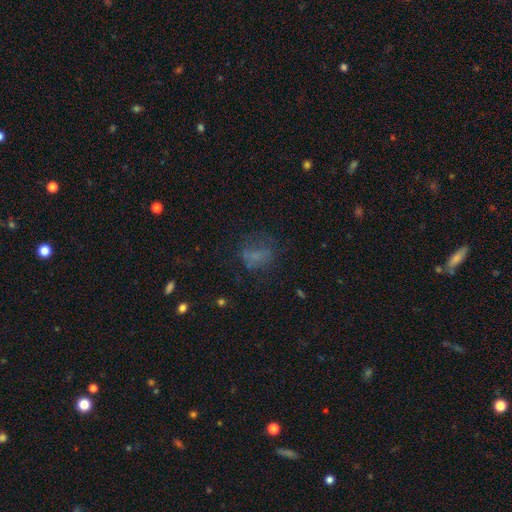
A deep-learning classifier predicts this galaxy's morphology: smooth_or_featured: smooth (p=0.54) [alt: featured or disk p=0.24]
how_rounded: round (p=0.49) [tied with: in between p=0.49]
merging: none (p=0.51) [alt: major disturbance p=0.24]